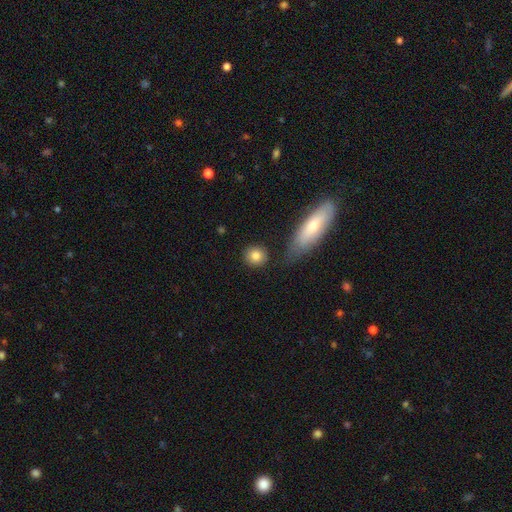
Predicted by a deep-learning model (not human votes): Smooth or featured?
  - smooth: 84% *
  - featured or disk: 8%
  - star or artifact: 8%
How rounded?
  - round: 87% *
  - in between: 11%
  - cigar-shaped: 2%
Merging?
  - none: 81% *
  - minor disturbance: 9%
  - merger: 6%
  - major disturbance: 3%